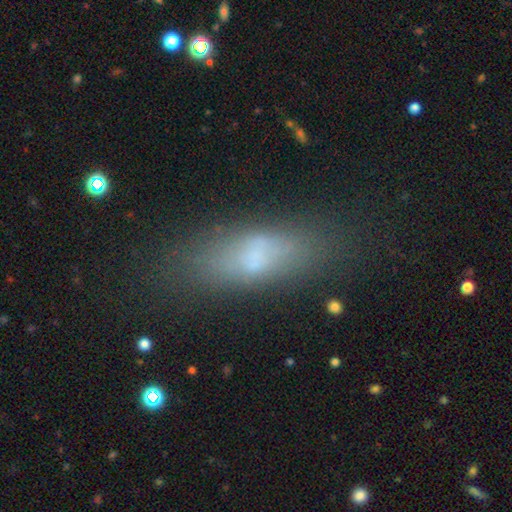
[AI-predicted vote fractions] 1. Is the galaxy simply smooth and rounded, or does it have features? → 59% smooth, 29% featured or disk, 12% star or artifact.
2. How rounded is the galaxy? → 55% in between, 42% cigar-shaped, 3% round.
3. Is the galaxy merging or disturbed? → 72% none, 18% minor disturbance, 8% major disturbance, 3% merger.